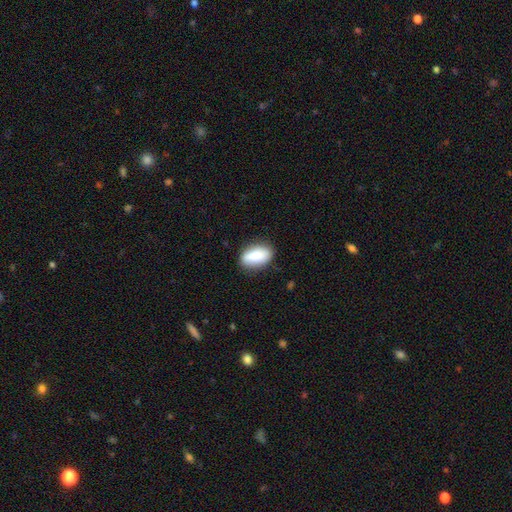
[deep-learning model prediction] Morphology: type=smooth (79%); roundness=in between (89%); merging=none (82%).